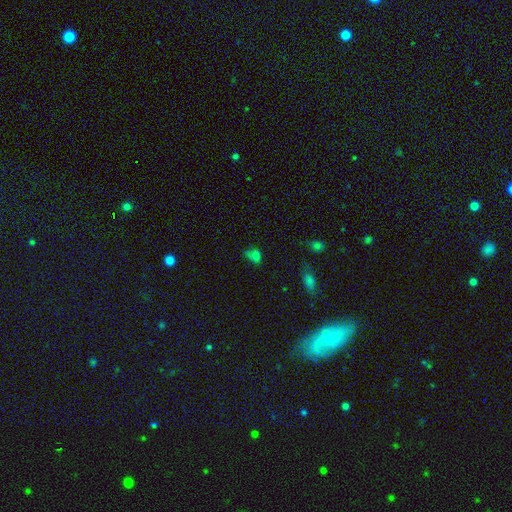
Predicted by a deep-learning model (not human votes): Smooth or featured?
  - smooth: 64% *
  - star or artifact: 25%
  - featured or disk: 11%
How rounded?
  - in between: 64% *
  - round: 33%
  - cigar-shaped: 3%
Merging?
  - none: 43% *
  - minor disturbance: 25%
  - major disturbance: 17%
  - merger: 15%